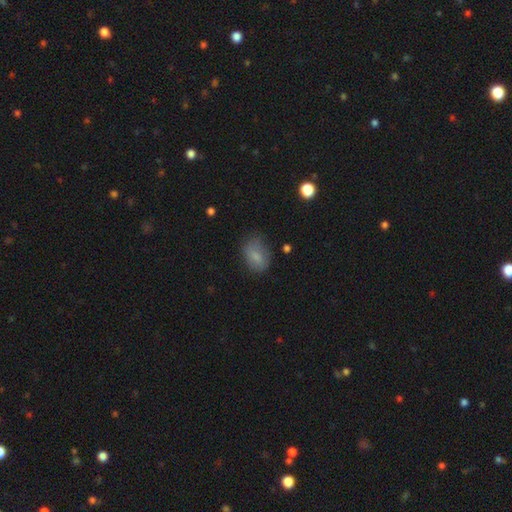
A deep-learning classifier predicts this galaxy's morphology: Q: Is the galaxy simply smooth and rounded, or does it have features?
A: smooth — 77%.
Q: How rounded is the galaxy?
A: in between — 81%.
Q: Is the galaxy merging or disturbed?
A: none — 61%.